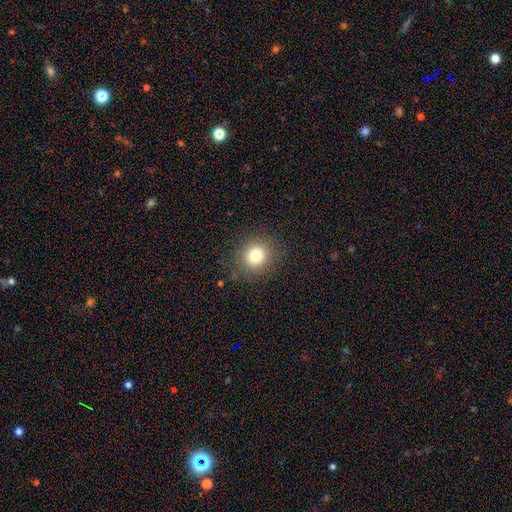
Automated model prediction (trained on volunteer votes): Morphology: type=smooth (78%); roundness=round (83%); merging=none (86%).